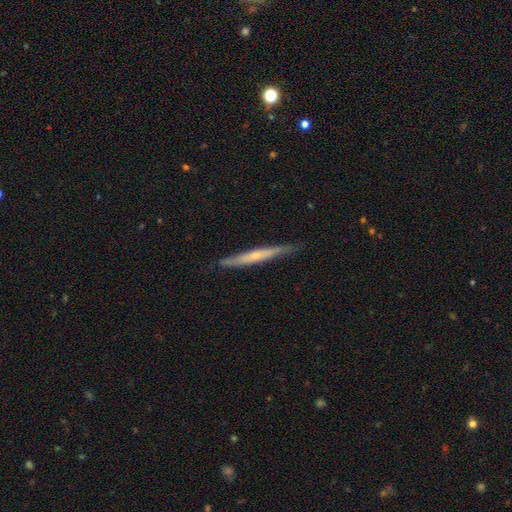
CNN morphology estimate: Smooth or featured?
  - featured or disk: 59% *
  - smooth: 36%
  - star or artifact: 6%
Edge-on disk?
  - yes: 94% *
  - no: 6%
Edge-on bulge?
  - none: 52% *
  - rounded: 42%
  - boxy: 6%
Merging?
  - none: 83% *
  - minor disturbance: 14%
  - major disturbance: 2%
  - merger: 1%